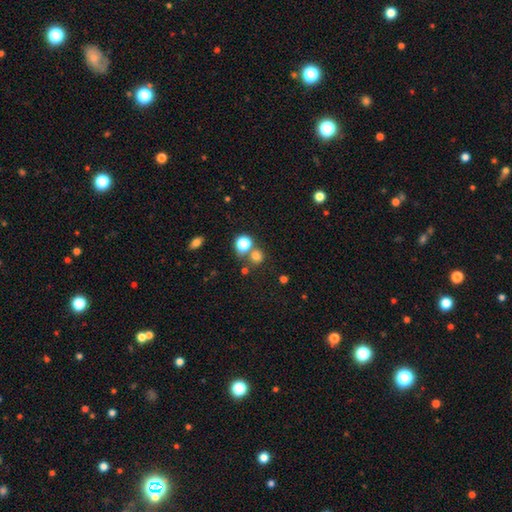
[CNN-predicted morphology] This appears to be a smooth galaxy with no disk features (73%) that is round (86%). Merging: none (63%).